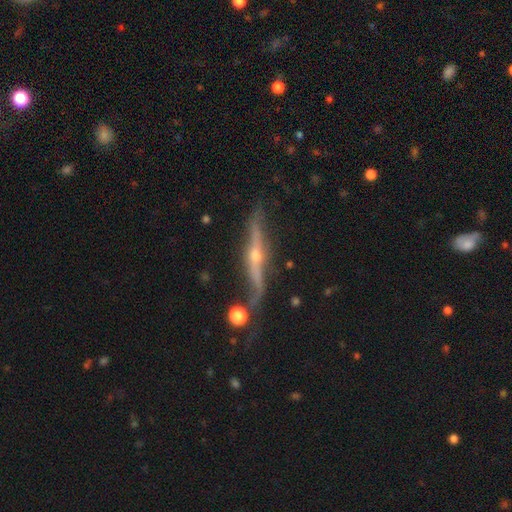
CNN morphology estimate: type=featured or disk (83%); edge-on=yes (94%); edge-on bulge=rounded (89%); merging=none (75%).